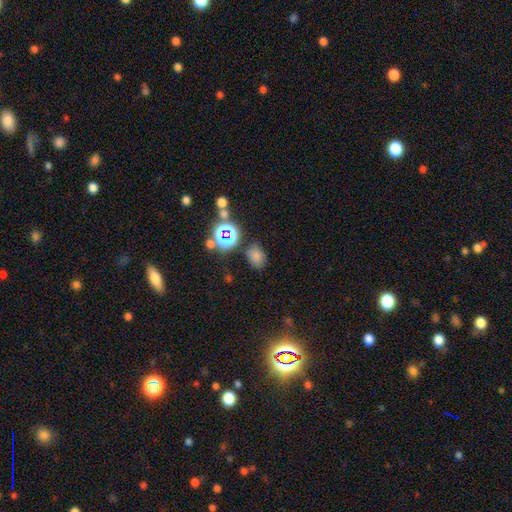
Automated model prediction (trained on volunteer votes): Q: Smooth or featured?
A: smooth (70%); runner-up: star or artifact (22%)
Q: How rounded?
A: in between (67%); runner-up: round (31%)
Q: Merging?
A: none (73%); runner-up: minor disturbance (16%)